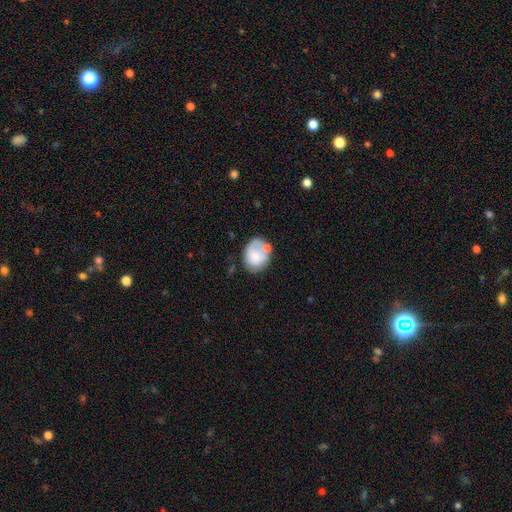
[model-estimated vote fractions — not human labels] Smooth or featured: smooth — 68% (featured or disk — 24%)
How rounded: in between — 53% (round — 46%)
Merging: none — 48% (minor disturbance — 25%)